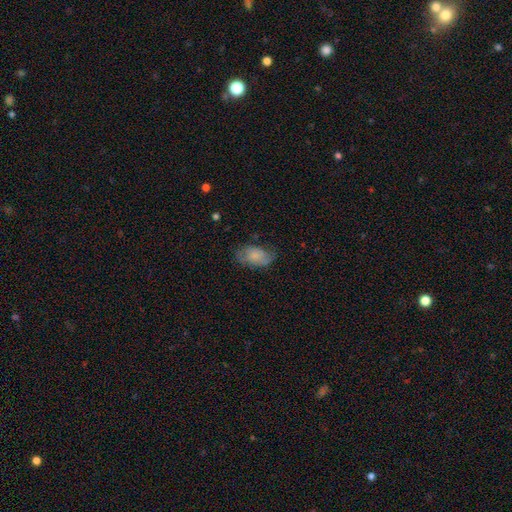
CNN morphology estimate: A smooth galaxy with no disk features (68%) that is in between round and cigar-shaped (92%). Merging: none (62%).